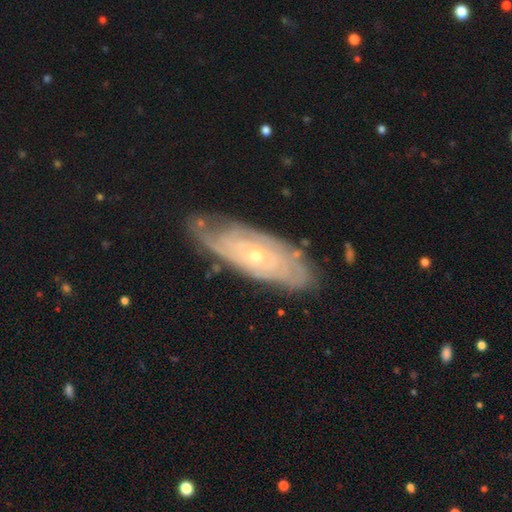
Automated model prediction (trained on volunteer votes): smooth-or-featured: featured or disk: 82% | smooth: 12% | star or artifact: 6%
  disk-edge-on: no: 86% | yes: 14%
    bar: no: 75% | weak: 20% | strong: 4%
    has-spiral-arms: yes: 92% | no: 8%
      spiral-winding: tight: 76% | medium: 19% | loose: 5%
      spiral-arm-count: can't tell: 53% | 2: 16% | 3: 11% | 4: 9% | more than 4: 6% | 1: 4%
    bulge-size: small: 62% | moderate: 35% | large: 1% | none: 1% | dominant: 1%
  merging: none: 74% | minor disturbance: 19% | major disturbance: 5% | merger: 2%